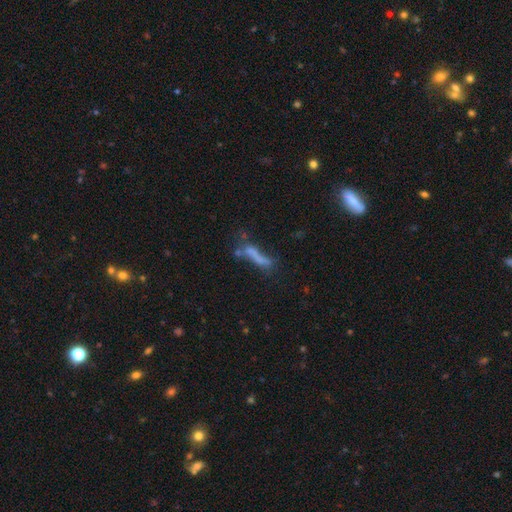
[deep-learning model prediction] smooth 50%, featured or disk 34%, star or artifact 17%. Down the decision tree: merging — none (37%).